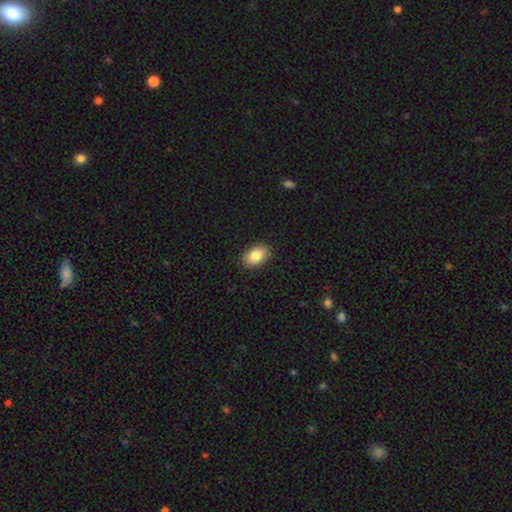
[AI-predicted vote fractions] A smooth galaxy with no disk features (86%) that is in between round and cigar-shaped (89%). Merging: none (88%).